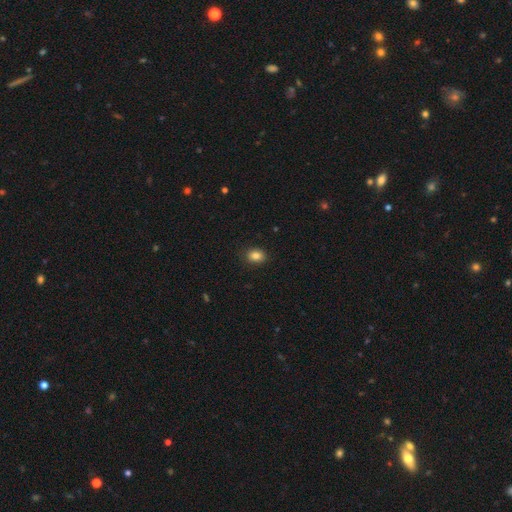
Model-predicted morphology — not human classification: Smooth or featured? Predicted: smooth (p=0.85). How rounded? Predicted: in between (p=0.60). Merging? Predicted: none (p=0.88).